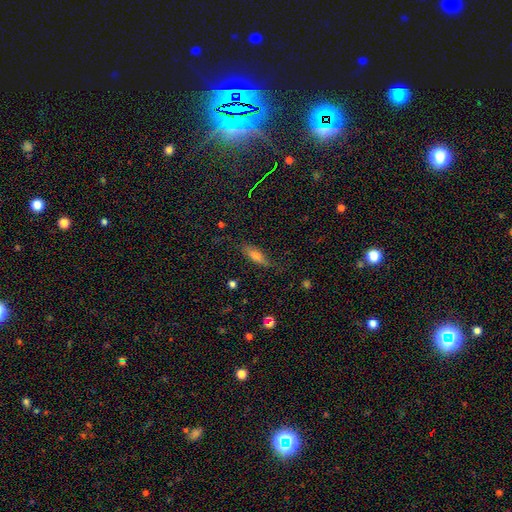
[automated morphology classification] The model was most divided on "how rounded": cigar-shaped: 53%, in between: 44%, round: 3%. More confident: merging — none (75%); smooth or featured — smooth (59%).